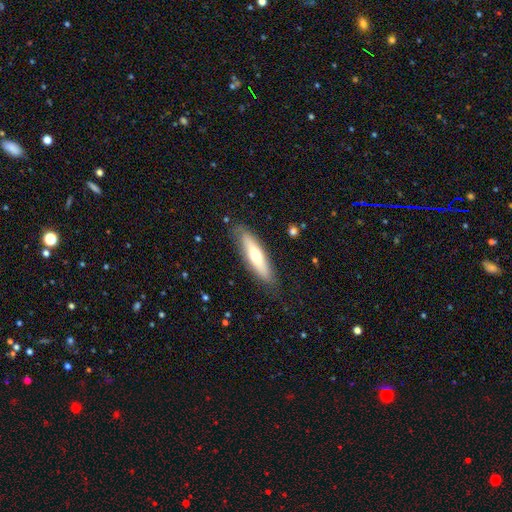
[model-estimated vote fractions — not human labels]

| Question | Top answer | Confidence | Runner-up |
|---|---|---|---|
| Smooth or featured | smooth | 56% | featured or disk (38%) |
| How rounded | cigar-shaped | 69% | in between (29%) |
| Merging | none | 82% | minor disturbance (13%) |